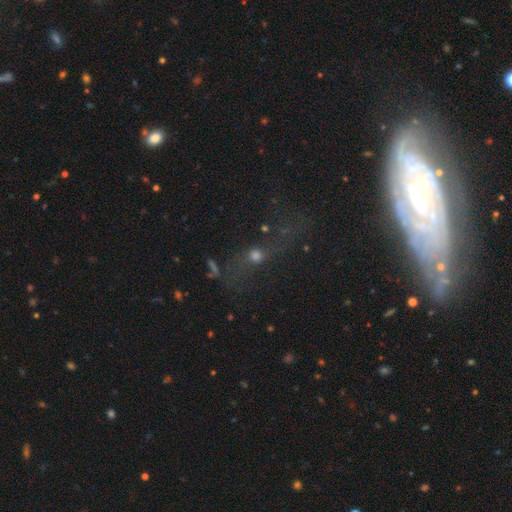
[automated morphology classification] A smooth galaxy with no disk features (40%).

Vote fractions:
- Smooth or featured? smooth: 40% / featured or disk: 33% / star or artifact: 27%
- Merging? none: 43% / major disturbance: 32% / minor disturbance: 15% / merger: 11%